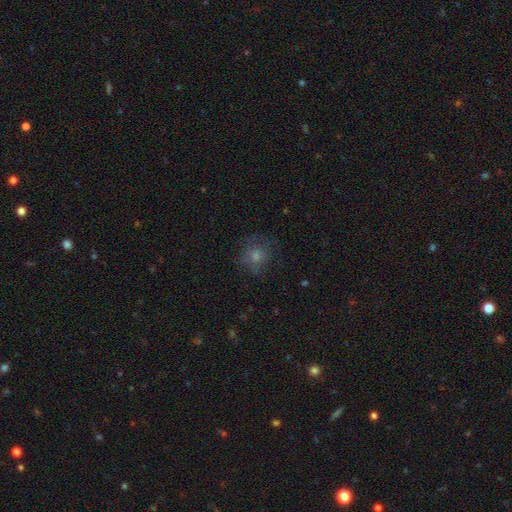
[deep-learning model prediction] The model was most divided on "merging": none: 64%, minor disturbance: 20%, major disturbance: 14%, merger: 2%. More confident: how rounded — round (79%); smooth or featured — smooth (71%).